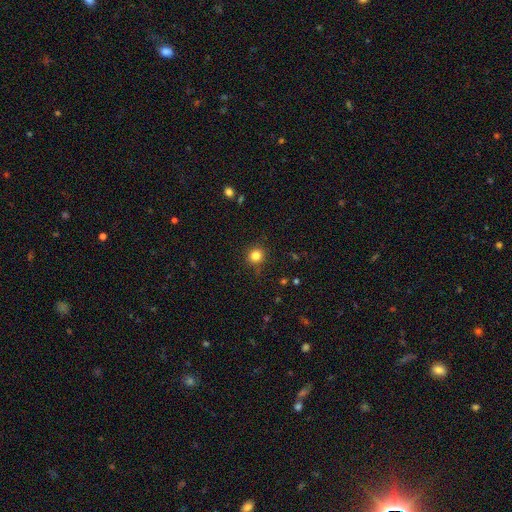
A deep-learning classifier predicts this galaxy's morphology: smooth-or-featured: smooth: 82% | star or artifact: 13% | featured or disk: 5%
  how-rounded: round: 90% | in between: 9% | cigar-shaped: 1%
  merging: none: 87% | minor disturbance: 9% | major disturbance: 3% | merger: 1%